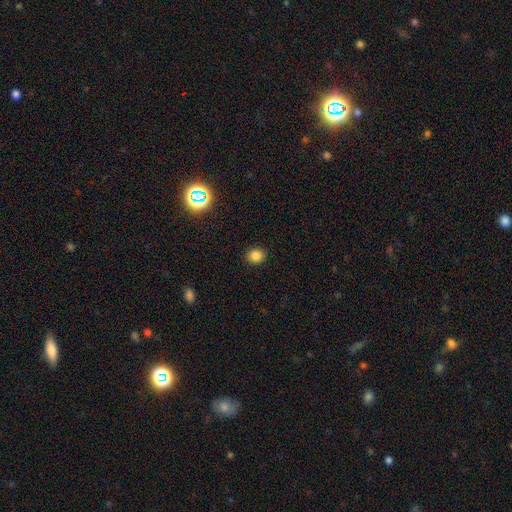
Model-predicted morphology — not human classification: This appears to be a smooth galaxy with no disk features (82%) that is round (72%). Merging: none (90%).